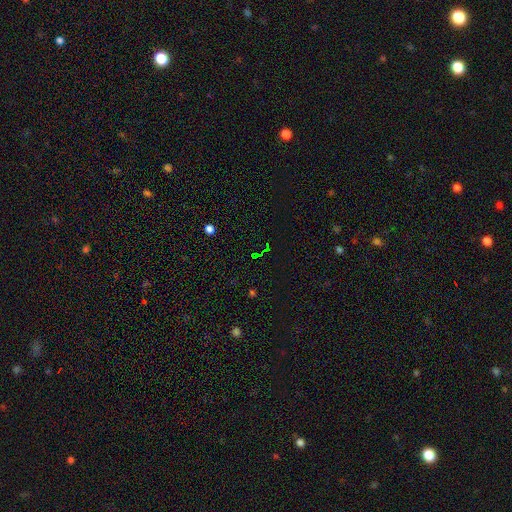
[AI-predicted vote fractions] smooth_or_featured: star or artifact (p=0.73) [alt: smooth p=0.16]